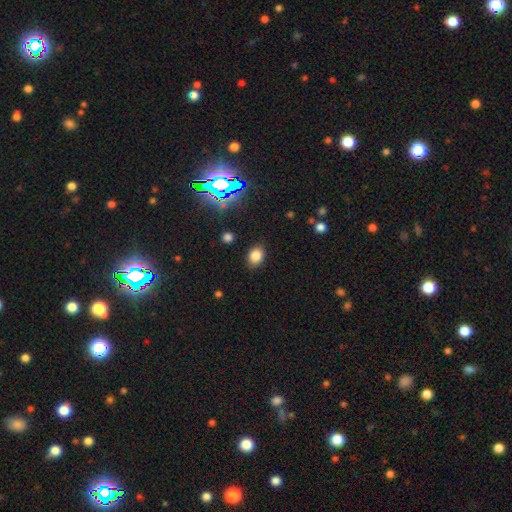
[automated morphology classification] type=smooth (80%); roundness=in between (62%); merging=none (86%).